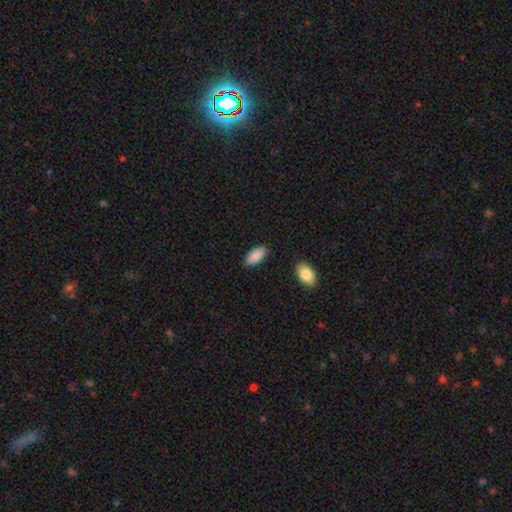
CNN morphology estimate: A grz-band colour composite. It shows a smooth galaxy with no disk features (90%) that is in between round and cigar-shaped (91%). Merging: none (86%).